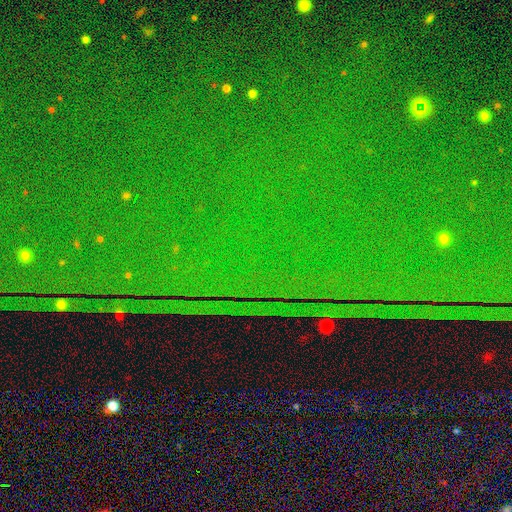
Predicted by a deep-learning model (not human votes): This is clearly a star or artifact rather than a galaxy (87%).